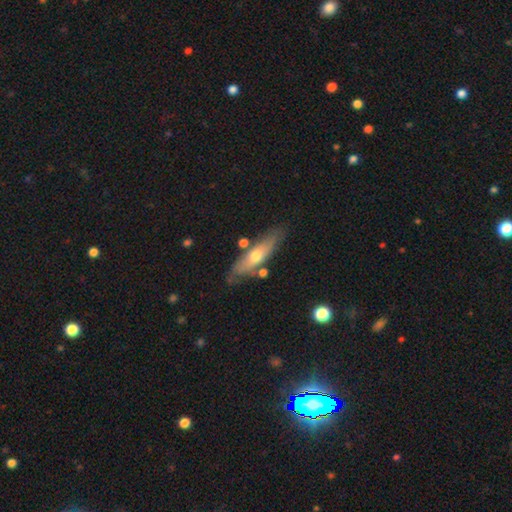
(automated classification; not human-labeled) Smooth or featured? Predicted: featured or disk (p=0.49). Merging? Predicted: none (p=0.73).